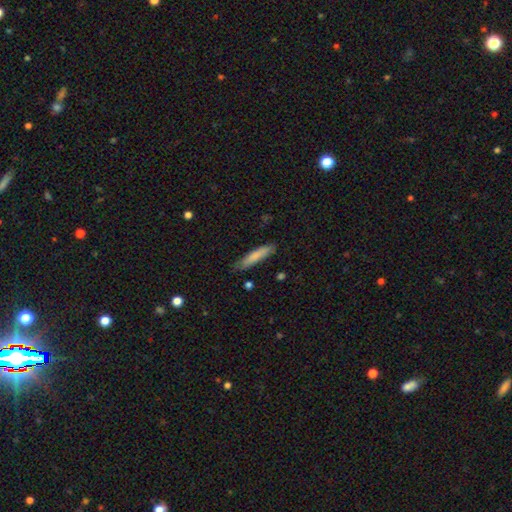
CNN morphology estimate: Smooth or featured? Predicted: smooth (p=0.79). How rounded? Predicted: cigar-shaped (p=0.86). Merging? Predicted: none (p=0.79).